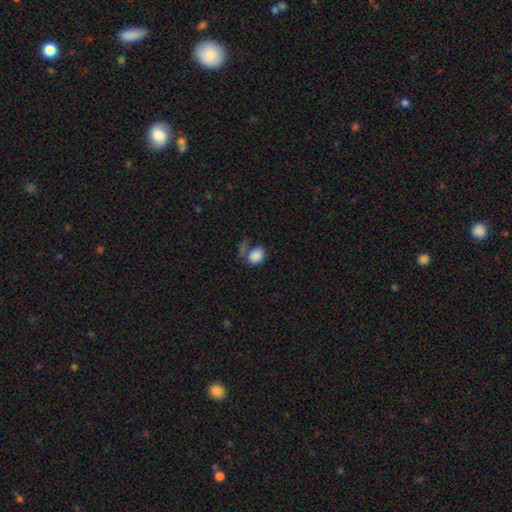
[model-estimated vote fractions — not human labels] This is clearly a smooth galaxy (85%). How rounded: likely in between (72%). Merging: possibly none (48%).